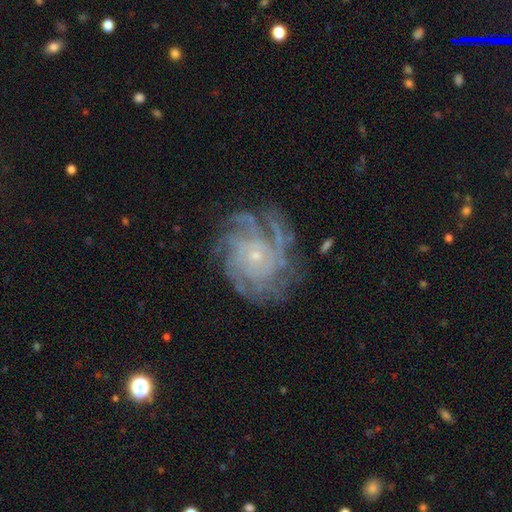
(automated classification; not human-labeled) Morphology: type=featured or disk (86%); edge-on=no (97%); bar=no (80%); spiral arms=yes (97%); winding=tight (68%); arm count=4 (27%); bulge=small (84%); merging=none (73%).